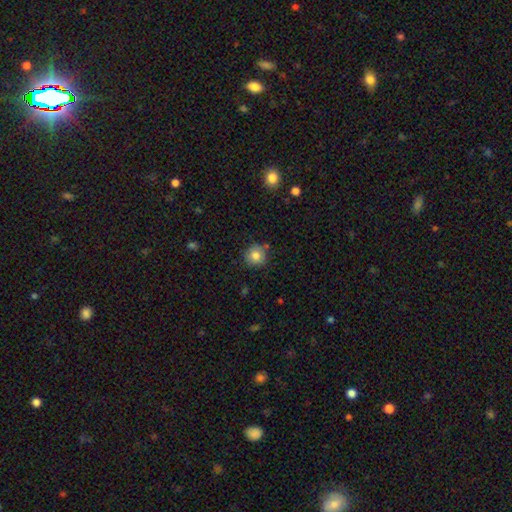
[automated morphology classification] Smooth or featured? smooth (82%)
How rounded? round (92%)
Merging? none (83%)